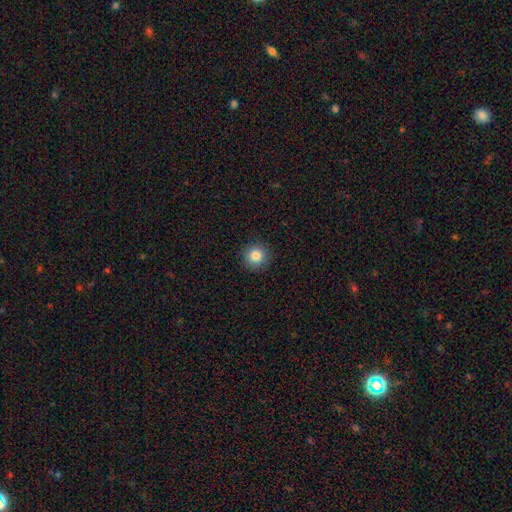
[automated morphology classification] Q: Smooth or featured?
A: smooth (84%); runner-up: star or artifact (11%)
Q: How rounded?
A: round (95%); runner-up: in between (4%)
Q: Merging?
A: none (92%); runner-up: minor disturbance (6%)